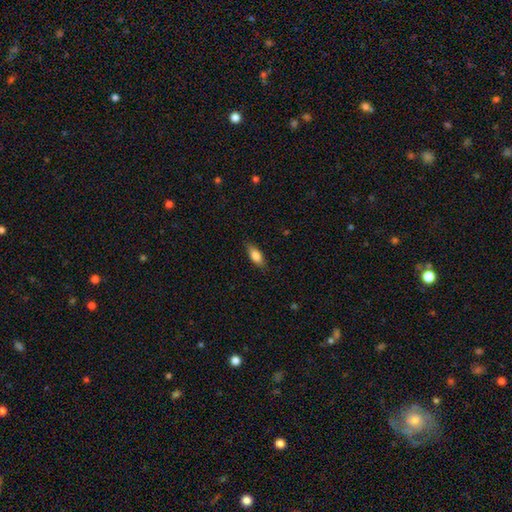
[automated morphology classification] This appears to be a smooth galaxy with no disk features (79%) that is in between round and cigar-shaped (76%). Merging: none (83%).